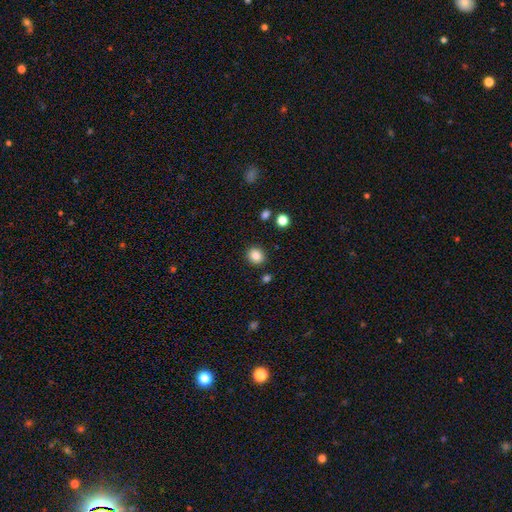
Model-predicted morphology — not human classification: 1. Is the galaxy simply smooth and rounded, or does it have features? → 85% smooth, 10% star or artifact, 5% featured or disk.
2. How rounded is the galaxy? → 75% round, 24% in between, 1% cigar-shaped.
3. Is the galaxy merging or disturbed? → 88% none, 7% minor disturbance, 3% merger, 2% major disturbance.